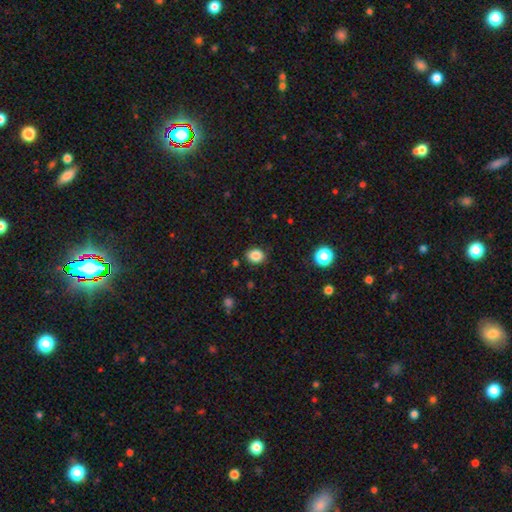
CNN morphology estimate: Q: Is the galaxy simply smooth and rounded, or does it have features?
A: smooth — 85%.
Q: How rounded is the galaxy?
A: round — 56%.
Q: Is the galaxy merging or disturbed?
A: none — 86%.